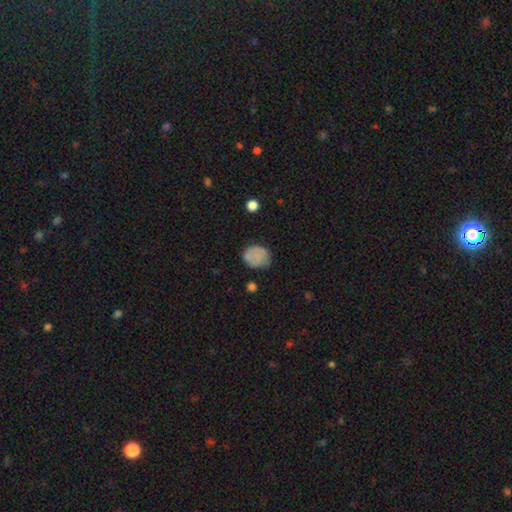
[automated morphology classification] This is likely a smooth galaxy (71%). How rounded: likely round (64%). Merging: likely none (63%).